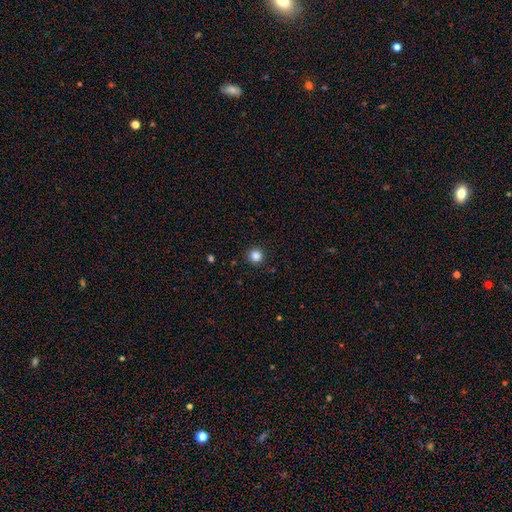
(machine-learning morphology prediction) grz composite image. It shows a smooth galaxy with no disk features (85%) that is round (95%). Merging: none (92%).